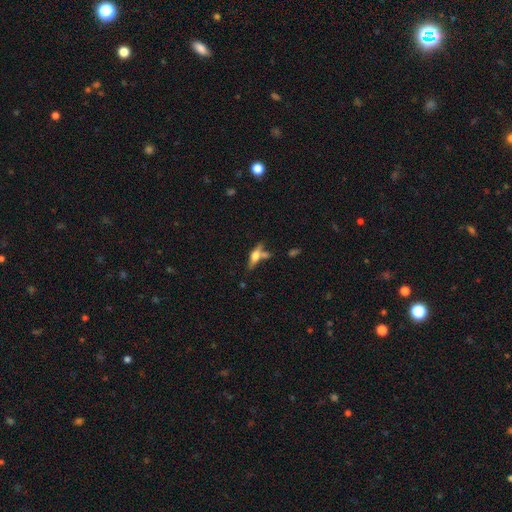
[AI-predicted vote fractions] Smooth or featured: featured or disk — 54% (smooth — 38%)
Edge-on disk: yes — 89% (no — 11%)
Merging: none — 56% (merger — 22%)